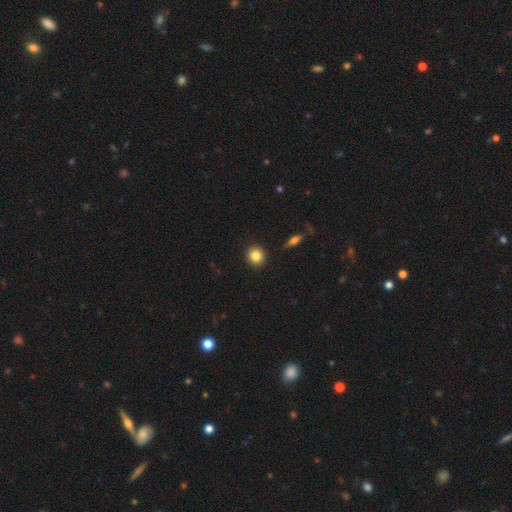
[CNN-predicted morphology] A smooth galaxy with no disk features (85%) that is round (89%). Merging: none (91%).